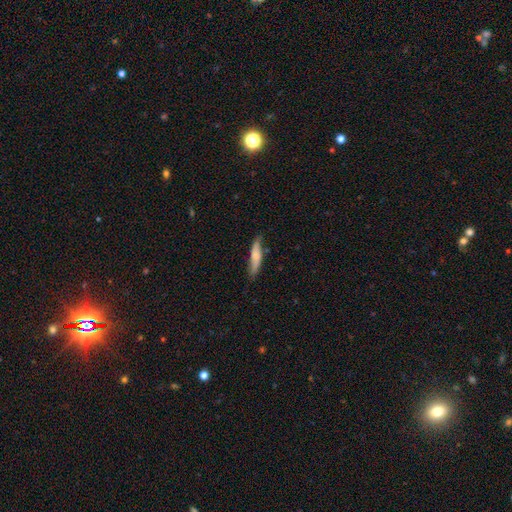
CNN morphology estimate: smooth 64%, featured or disk 30%, star or artifact 6%. Down the decision tree: how rounded — cigar-shaped (78%); merging — none (72%).